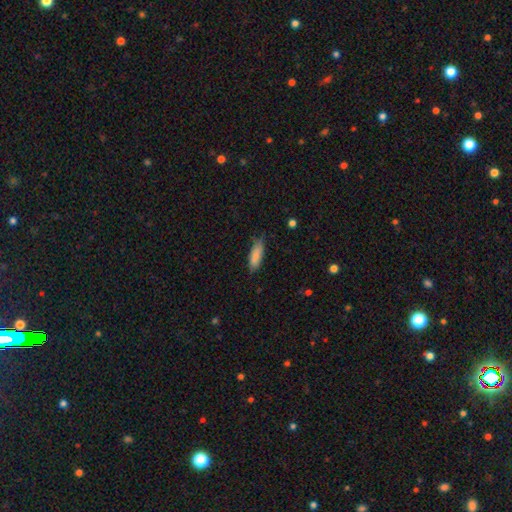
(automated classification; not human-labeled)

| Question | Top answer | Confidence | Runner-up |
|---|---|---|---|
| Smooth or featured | smooth | 86% | featured or disk (8%) |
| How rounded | in between | 56% | cigar-shaped (43%) |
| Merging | none | 72% | minor disturbance (23%) |